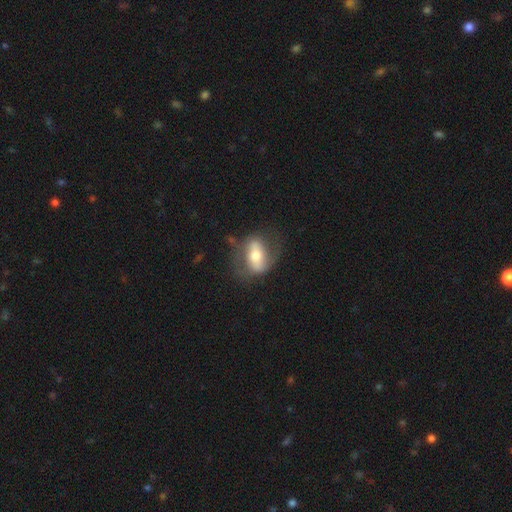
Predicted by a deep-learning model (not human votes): smooth-or-featured: featured or disk: 57% | smooth: 36% | star or artifact: 6%
  disk-edge-on: no: 84% | yes: 16%
  merging: none: 61% | minor disturbance: 22% | major disturbance: 15% | merger: 2%